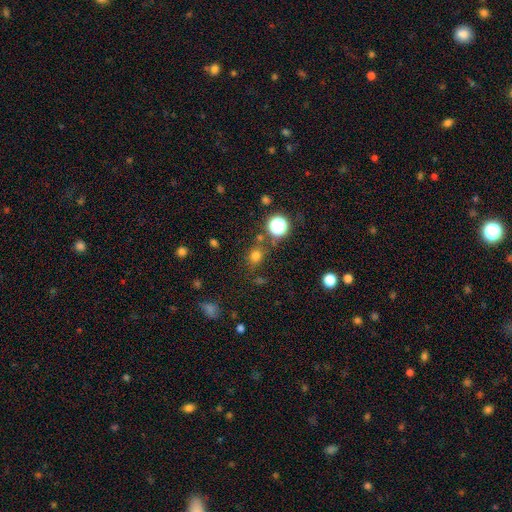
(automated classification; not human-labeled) This is likely a smooth galaxy (73%). How rounded: likely round (76%). Merging: likely none (75%).